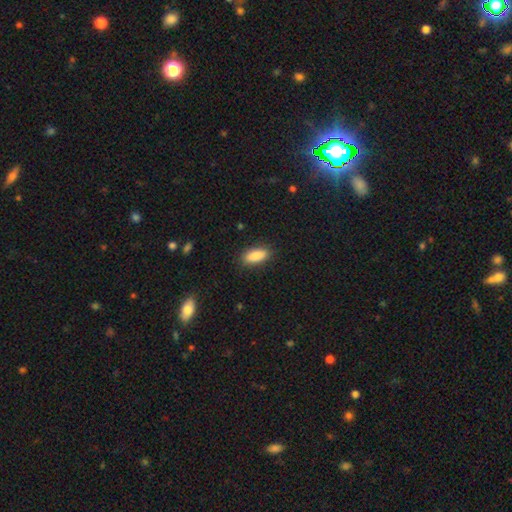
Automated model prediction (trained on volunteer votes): Overall: smooth (86%). How rounded: in between (82%). Merging: none (87%).